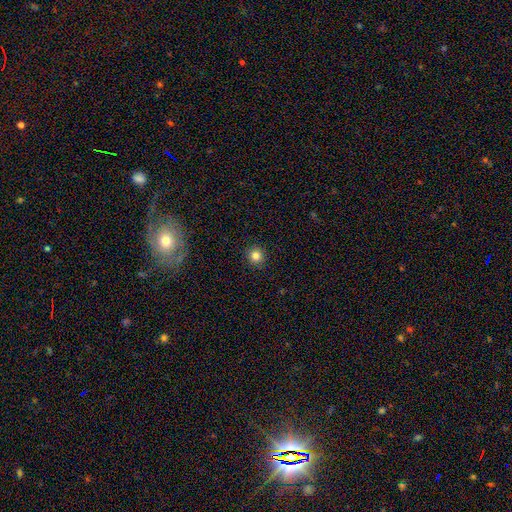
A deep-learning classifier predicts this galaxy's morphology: A smooth galaxy with no disk features (82%) that is round (94%). Merging: none (92%).